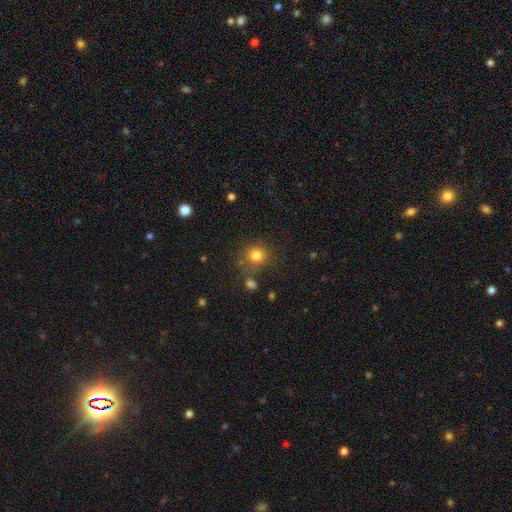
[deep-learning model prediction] This is likely a smooth galaxy (80%). How rounded: clearly round (87%). Merging: likely none (75%).